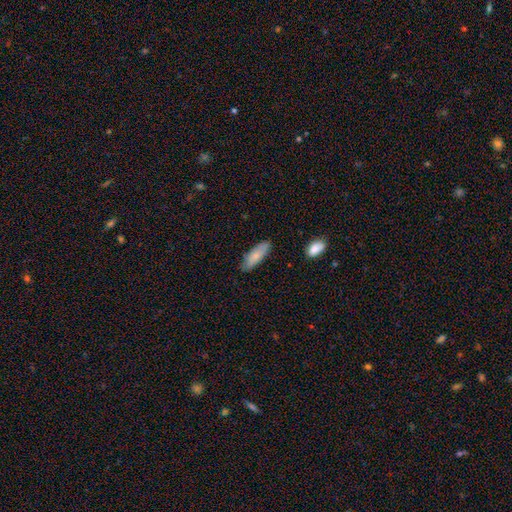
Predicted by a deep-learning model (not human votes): Smooth or featured? smooth (79%)
How rounded? in between (60%)
Merging? none (82%)